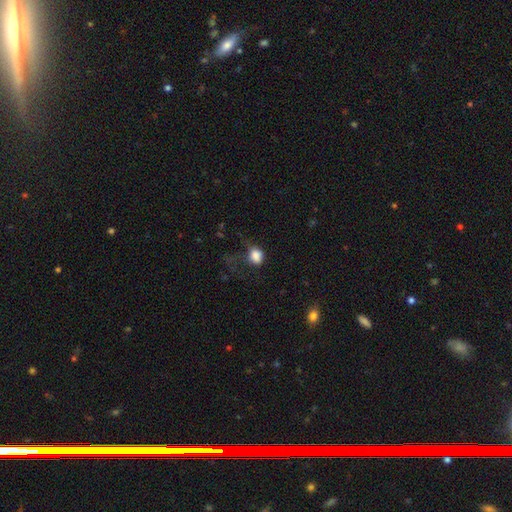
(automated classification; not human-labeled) This is clearly a smooth galaxy (82%). How rounded: possibly round (51%). Merging: marginally major disturbance (41%).